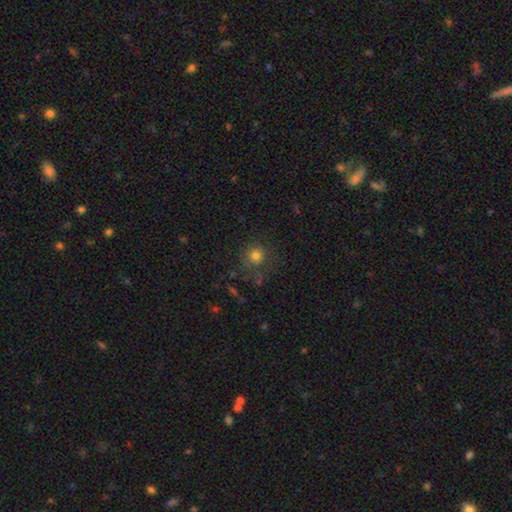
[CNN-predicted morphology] Q: Smooth or featured?
A: smooth (77%); runner-up: star or artifact (15%)
Q: How rounded?
A: round (91%); runner-up: in between (8%)
Q: Merging?
A: none (74%); runner-up: minor disturbance (15%)